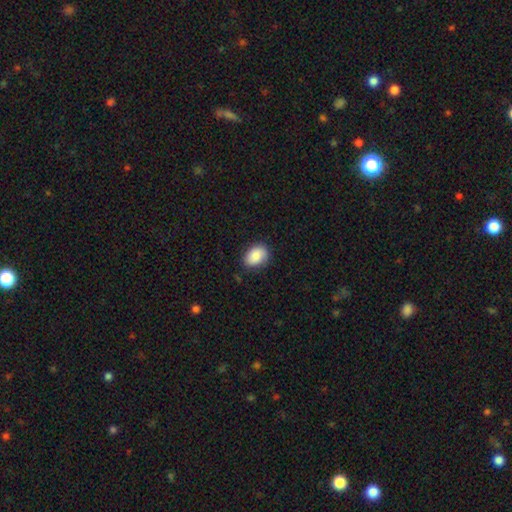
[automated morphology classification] A smooth galaxy with no disk features (83%) that is in between round and cigar-shaped (76%). Merging: none (77%).